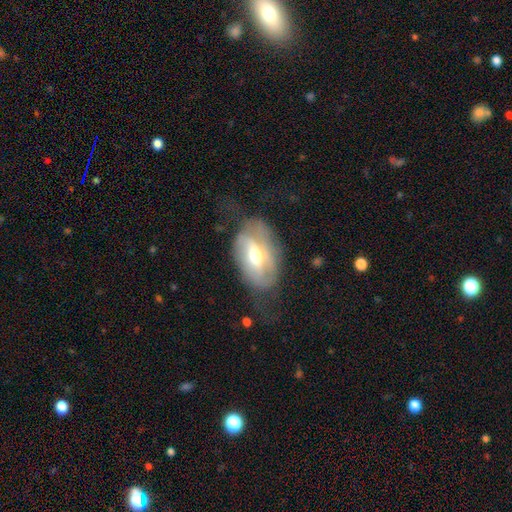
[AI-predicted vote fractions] featured or disk 58%, smooth 35%, star or artifact 7%. Down the decision tree: edge-on disk — no (89%); bar — weak (41%); spiral arms — yes (53%); bulge size — moderate (69%); merging — none (44%).